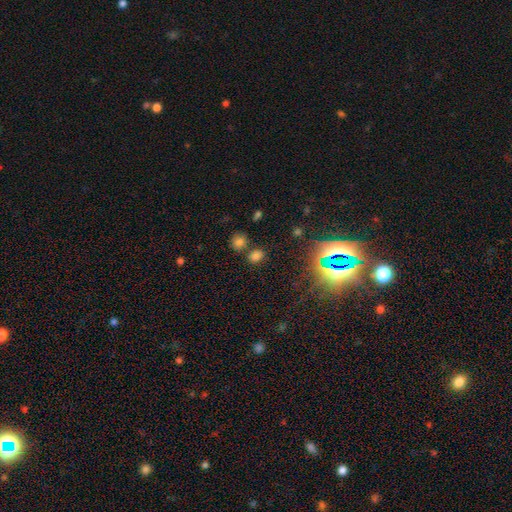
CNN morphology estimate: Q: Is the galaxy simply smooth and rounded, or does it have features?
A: smooth — 70%.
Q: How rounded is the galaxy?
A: in between — 49%, tied with round.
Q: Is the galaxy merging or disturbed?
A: none — 72%.